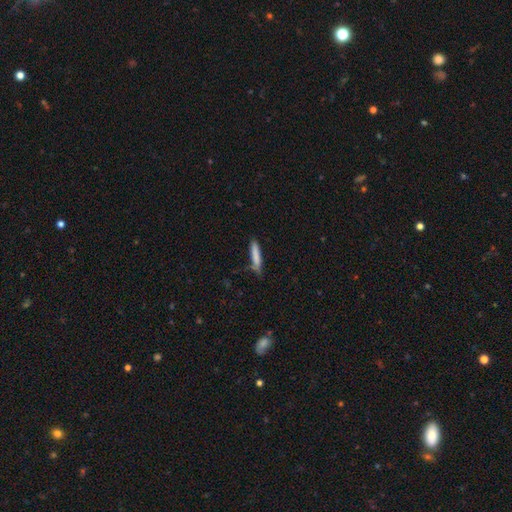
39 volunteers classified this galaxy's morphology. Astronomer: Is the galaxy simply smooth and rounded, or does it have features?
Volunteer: smooth — 79%.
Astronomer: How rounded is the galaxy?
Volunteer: cigar-shaped — 100%.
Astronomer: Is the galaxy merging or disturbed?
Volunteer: none — 72%.